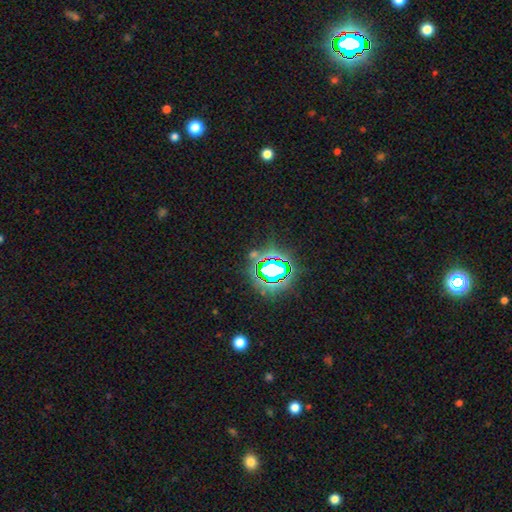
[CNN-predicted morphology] smooth-or-featured: star or artifact: 77% | smooth: 14% | featured or disk: 9%